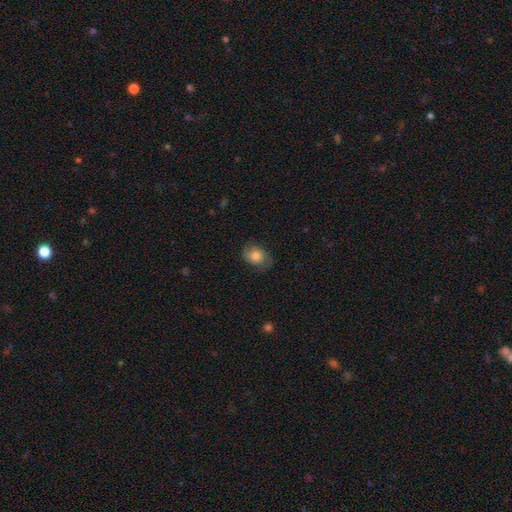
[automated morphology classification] A smooth galaxy with no disk features (61%) that is in between round and cigar-shaped (59%).

Vote fractions:
- Smooth or featured? smooth: 61% / featured or disk: 30% / star or artifact: 9%
- How rounded? in between: 59% / round: 40% / cigar-shaped: 1%
- Merging? none: 72% / minor disturbance: 20% / major disturbance: 8% / merger: 1%